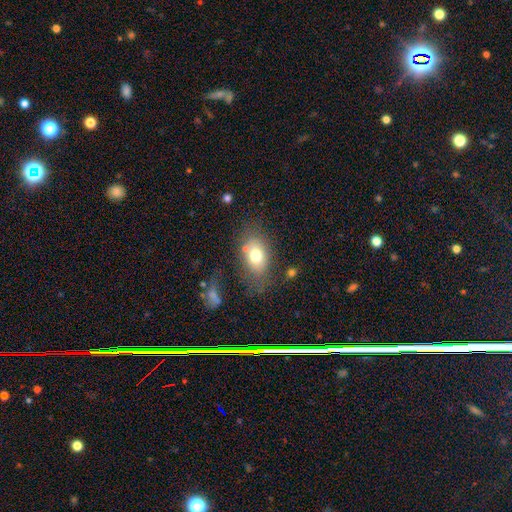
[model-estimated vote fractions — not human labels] This is likely a smooth galaxy (72%). How rounded: clearly in between (80%). Merging: likely none (62%).